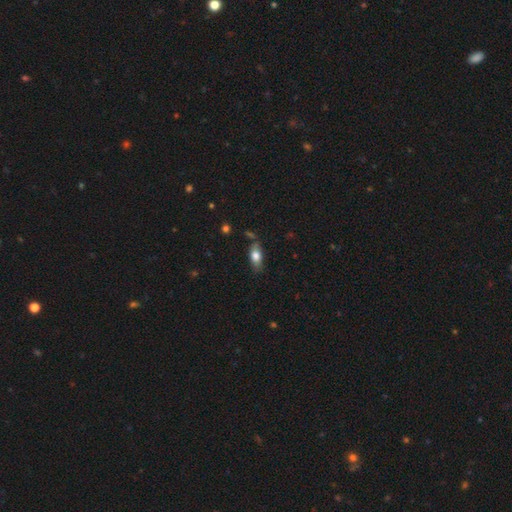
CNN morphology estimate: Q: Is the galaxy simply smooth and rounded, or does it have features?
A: smooth — 72%.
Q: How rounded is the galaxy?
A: in between — 82%.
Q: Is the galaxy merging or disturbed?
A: none — 71%.